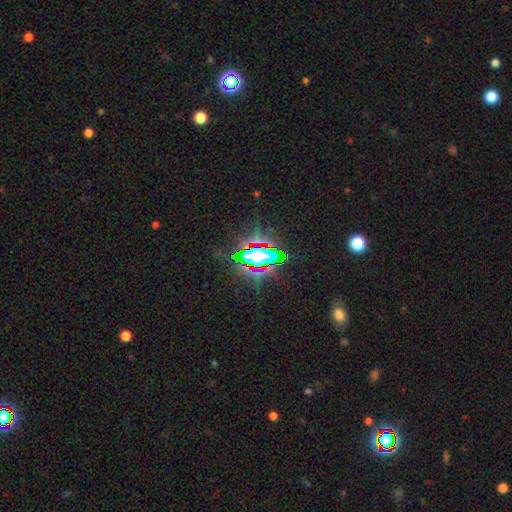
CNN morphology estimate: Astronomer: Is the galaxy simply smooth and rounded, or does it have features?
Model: star or artifact — 67%.